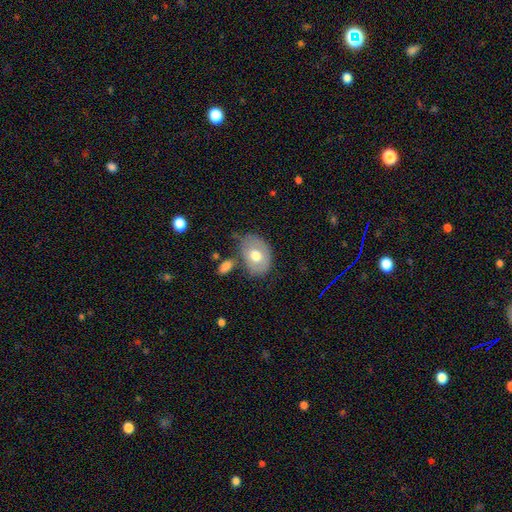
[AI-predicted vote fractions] Smooth or featured: smooth — 61% (featured or disk — 32%)
How rounded: in between — 79% (round — 20%)
Merging: none — 58% (minor disturbance — 24%)